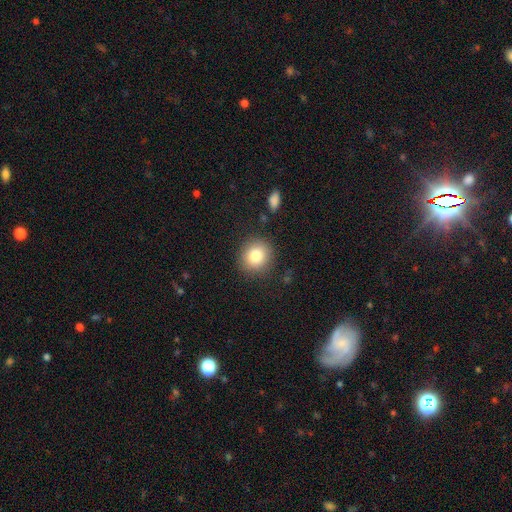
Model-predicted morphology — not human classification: Smooth or featured? smooth (81%)
How rounded? round (87%)
Merging? none (87%)